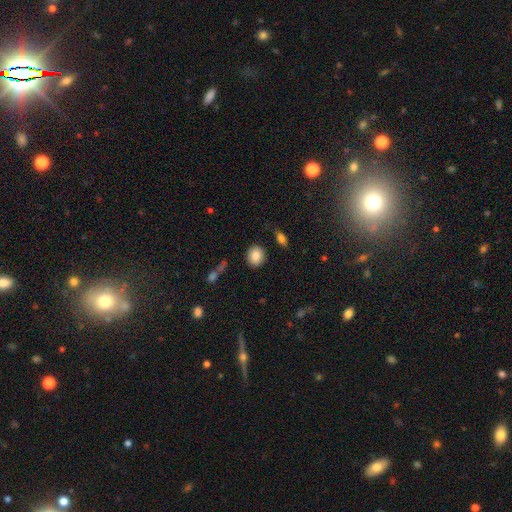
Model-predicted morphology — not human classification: Q: Smooth or featured?
A: smooth (85%); runner-up: star or artifact (8%)
Q: How rounded?
A: round (72%); runner-up: in between (27%)
Q: Merging?
A: none (87%); runner-up: minor disturbance (8%)